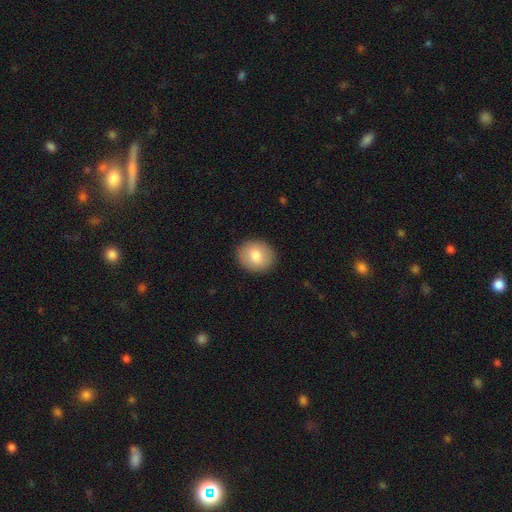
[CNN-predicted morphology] Smooth or featured: smooth — 79% (featured or disk — 14%)
How rounded: round — 62% (in between — 38%)
Merging: none — 89% (minor disturbance — 7%)